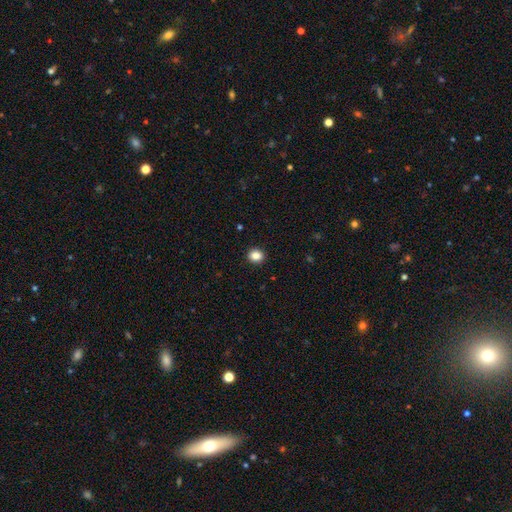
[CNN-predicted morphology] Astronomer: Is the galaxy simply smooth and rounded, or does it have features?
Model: smooth — 87%.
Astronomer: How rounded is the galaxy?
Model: round — 73%.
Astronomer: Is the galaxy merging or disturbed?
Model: none — 92%.